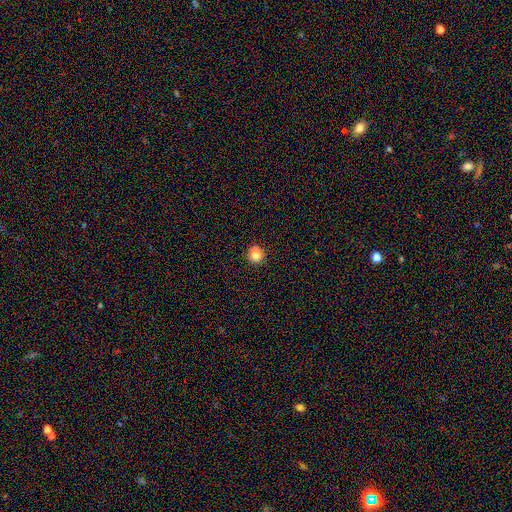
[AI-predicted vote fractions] smooth 71%, star or artifact 15%, featured or disk 14%. Down the decision tree: how rounded — round (73%); merging — none (45%).